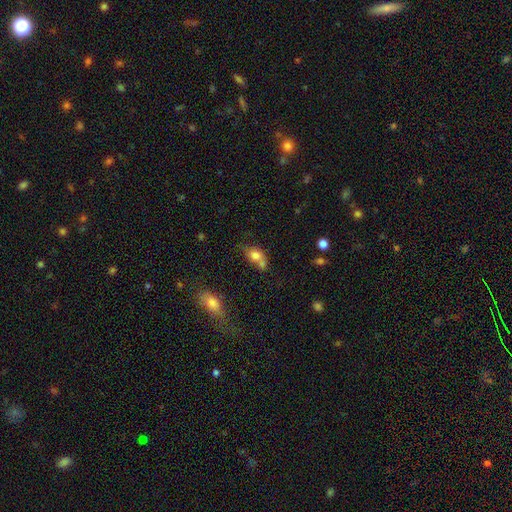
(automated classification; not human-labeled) Morphology: type=smooth (75%); roundness=in between (61%); merging=merger (43%).